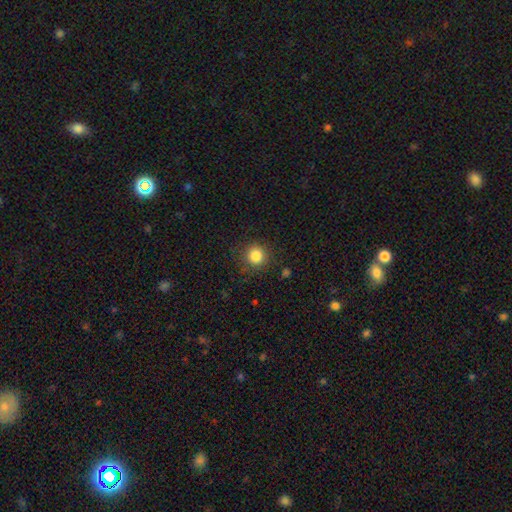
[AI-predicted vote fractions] Smooth or featured? Predicted: smooth (p=0.84). How rounded? Predicted: round (p=0.93). Merging? Predicted: none (p=0.88).